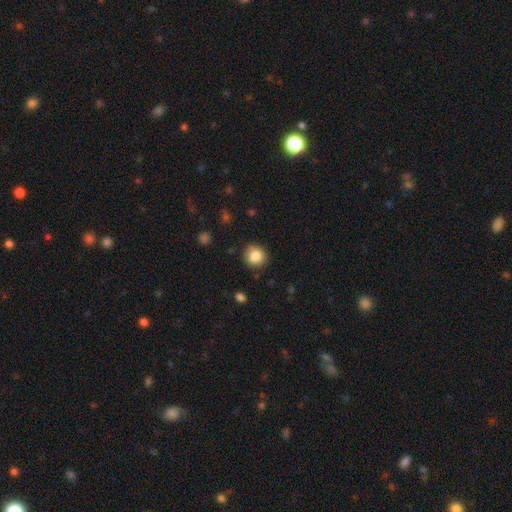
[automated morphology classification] Smooth or featured: smooth — 85% (star or artifact — 10%)
How rounded: round — 85% (in between — 14%)
Merging: none — 80% (minor disturbance — 15%)